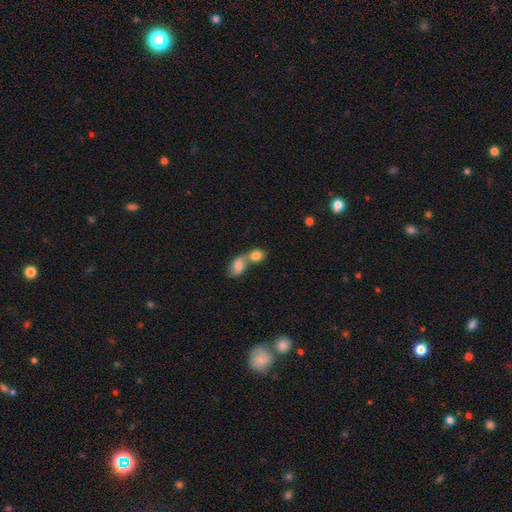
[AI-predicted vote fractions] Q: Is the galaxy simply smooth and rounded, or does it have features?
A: smooth — 79%.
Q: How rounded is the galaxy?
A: in between — 56%.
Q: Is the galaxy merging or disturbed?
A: merger — 69%.